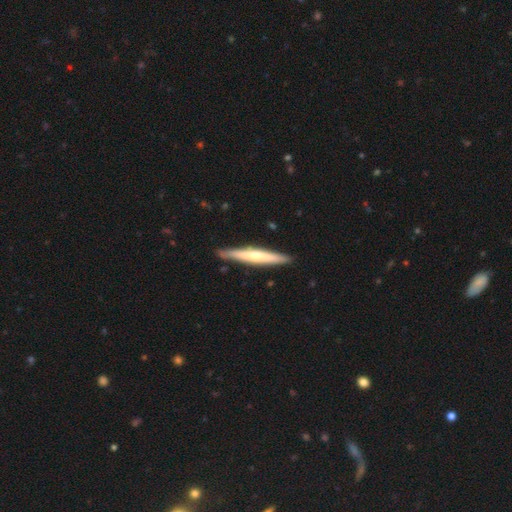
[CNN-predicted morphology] smooth_or_featured: featured or disk (p=0.56) [alt: smooth p=0.38]
disk_edge_on: yes (p=0.95) [alt: no p=0.05]
edge_on_bulge: rounded (p=0.56) [alt: none p=0.34]
merging: none (p=0.88) [alt: minor disturbance p=0.09]